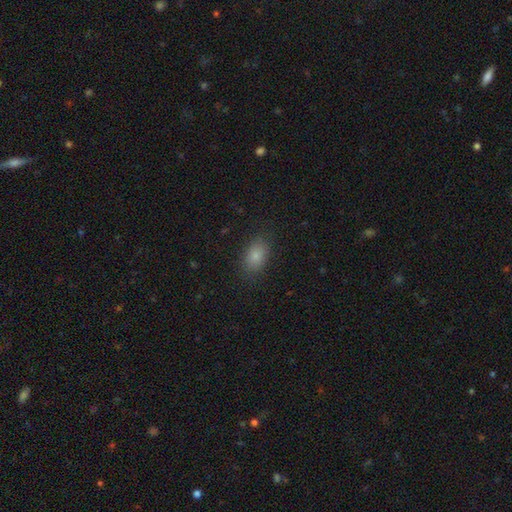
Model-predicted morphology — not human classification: Smooth or featured? Predicted: smooth (p=0.82). How rounded? Predicted: in between (p=0.87). Merging? Predicted: none (p=0.85).